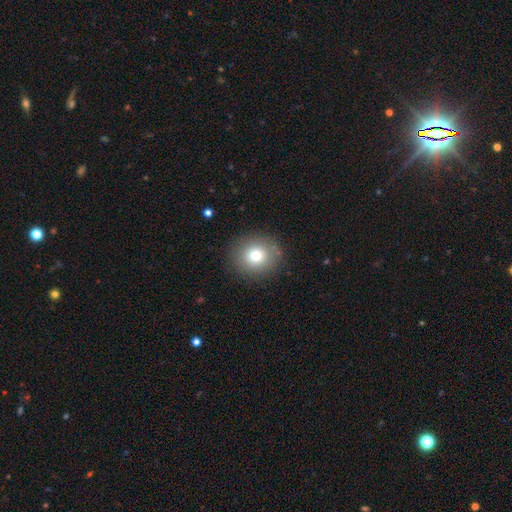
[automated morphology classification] This is likely a smooth galaxy (77%). How rounded: clearly round (84%). Merging: clearly none (87%).